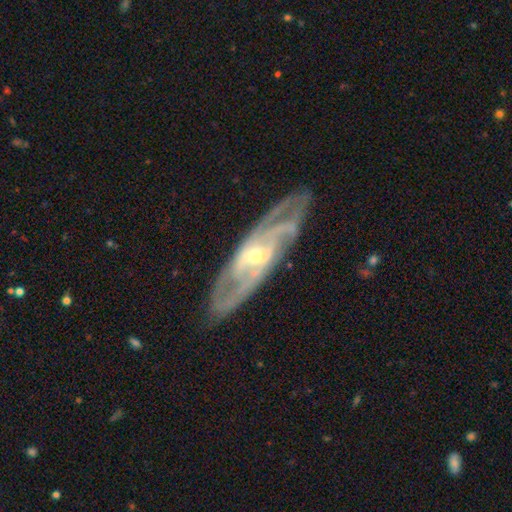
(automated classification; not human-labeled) Smooth or featured?
  - featured or disk: 89% *
  - smooth: 6%
  - star or artifact: 5%
Edge-on disk?
  - no: 83% *
  - yes: 17%
Bar?
  - weak: 38% *
  - no: 36%
  - strong: 25%
Spiral arms?
  - yes: 96% *
  - no: 4%
Spiral winding?
  - tight: 48% *
  - medium: 42%
  - loose: 10%
Spiral arm count?
  - 2: 41% *
  - 3: 23%
  - can't tell: 19%
  - 4: 9%
  - more than 4: 4%
  - 1: 4%
Bulge size?
  - small: 63% *
  - moderate: 34%
  - large: 1%
  - none: 1%
  - dominant: 1%
Merging?
  - none: 81% *
  - minor disturbance: 13%
  - major disturbance: 4%
  - merger: 1%